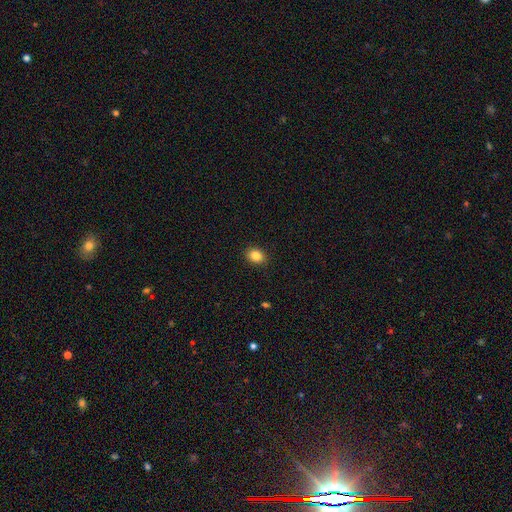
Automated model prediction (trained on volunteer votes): Q: Smooth or featured?
A: smooth (85%); runner-up: star or artifact (10%)
Q: How rounded?
A: in between (55%); runner-up: round (45%)
Q: Merging?
A: none (90%); runner-up: minor disturbance (7%)